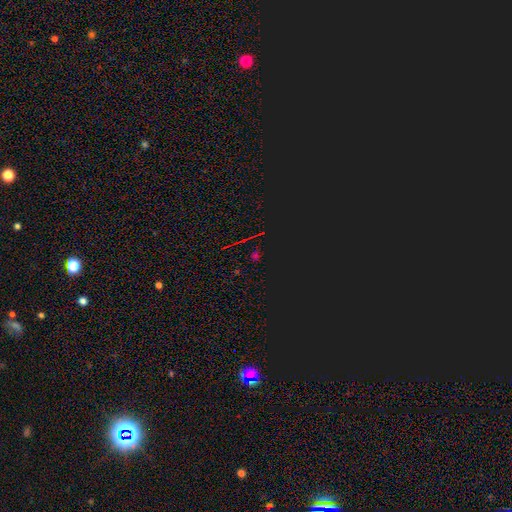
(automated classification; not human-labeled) Q: Smooth or featured?
A: star or artifact (77%); runner-up: smooth (16%)